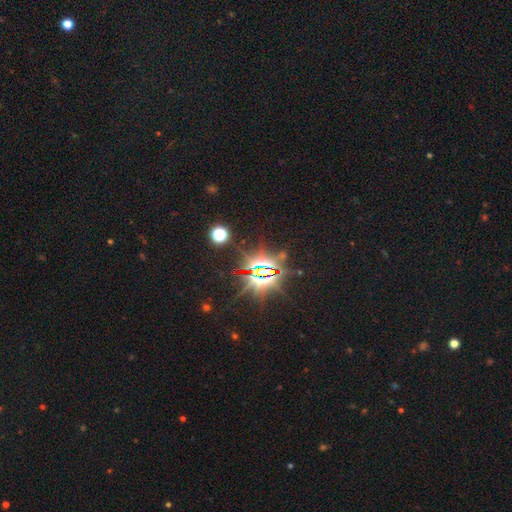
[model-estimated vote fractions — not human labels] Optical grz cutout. It shows a star or artifact, not a galaxy (84%).